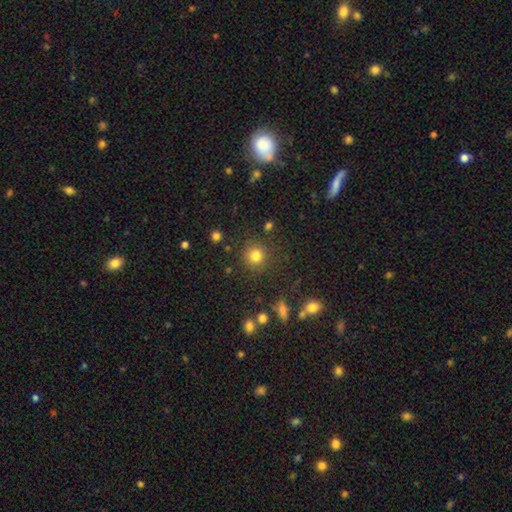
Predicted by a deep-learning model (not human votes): Q: Smooth or featured?
A: smooth (80%); runner-up: star or artifact (14%)
Q: How rounded?
A: round (92%); runner-up: in between (7%)
Q: Merging?
A: none (86%); runner-up: minor disturbance (7%)